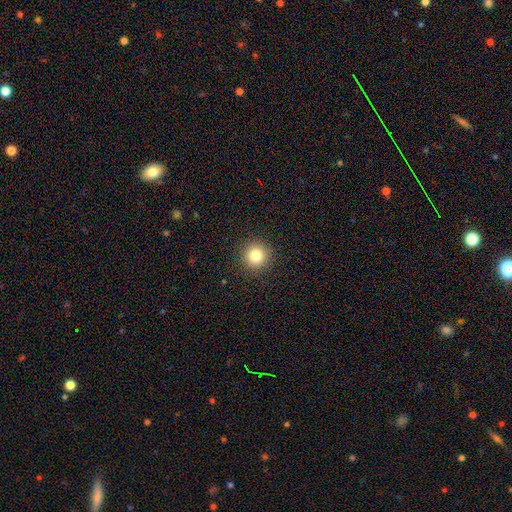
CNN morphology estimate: This appears to be a smooth galaxy with no disk features (82%) that is round (95%). Merging: none (92%).